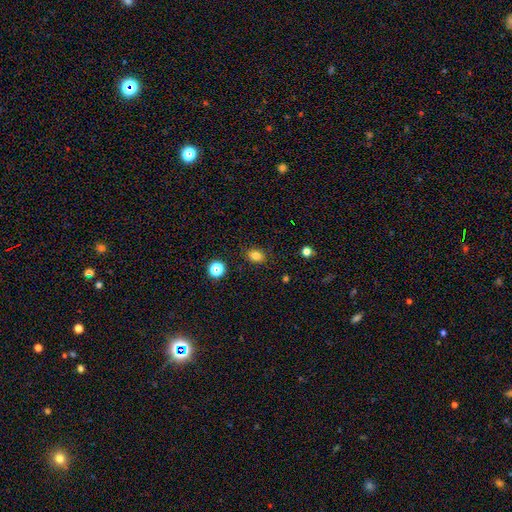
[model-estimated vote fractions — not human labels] Overall: smooth (80%). How rounded: in between (68%; round 31%). Merging: none (86%).